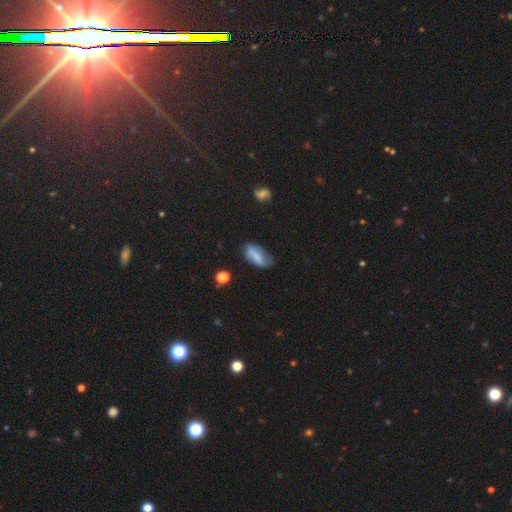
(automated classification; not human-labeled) Overall: smooth (65%; featured or disk 26%). How rounded: in between (85%). Merging: none (53%; minor disturbance 32%).